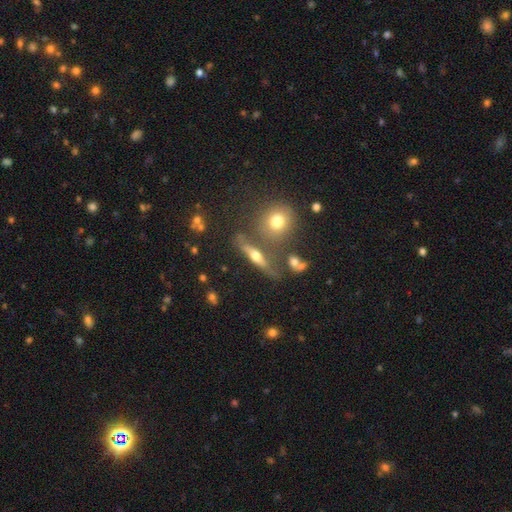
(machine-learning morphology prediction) featured or disk 49%, smooth 38%, star or artifact 13%. Down the decision tree: merging — none (61%).